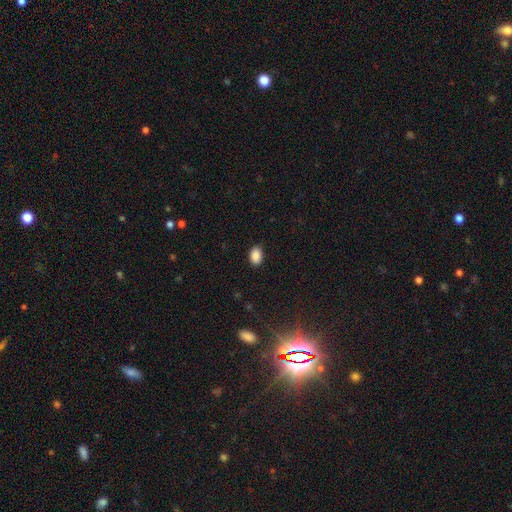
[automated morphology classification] The model was most divided on "how rounded": in between: 84%, round: 15%, cigar-shaped: 1%. More confident: smooth or featured — smooth (88%); merging — none (86%).